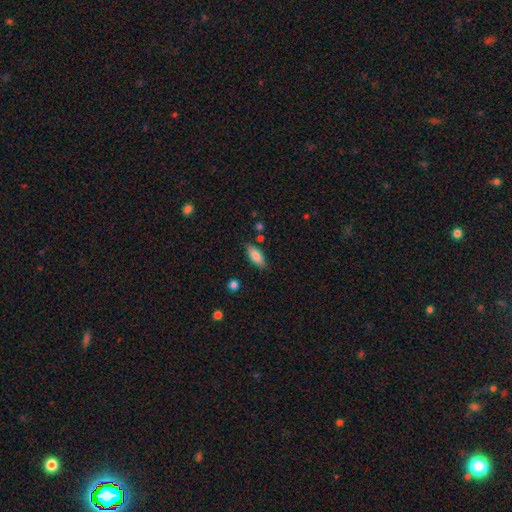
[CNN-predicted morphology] A smooth galaxy with no disk features (80%) that is in between round and cigar-shaped (77%). Merging: none (82%).